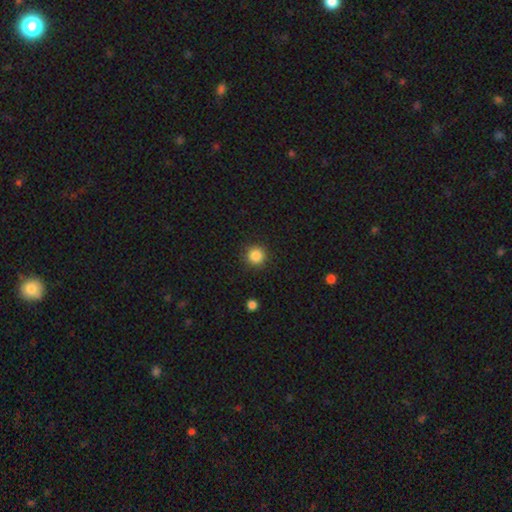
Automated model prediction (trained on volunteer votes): Smooth or featured?
  - smooth: 85% *
  - star or artifact: 11%
  - featured or disk: 4%
How rounded?
  - round: 94% *
  - in between: 5%
  - cigar-shaped: 1%
Merging?
  - none: 91% *
  - minor disturbance: 6%
  - major disturbance: 2%
  - merger: 1%